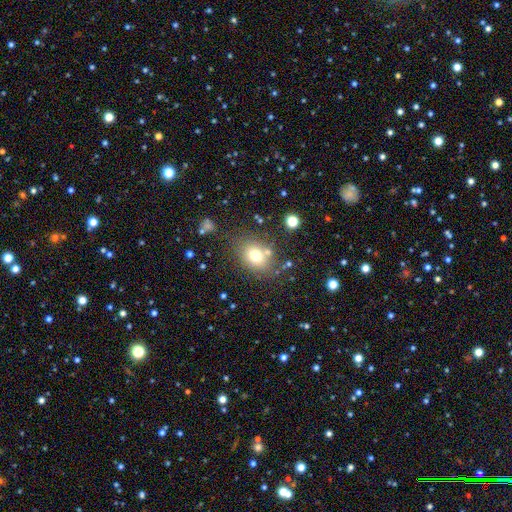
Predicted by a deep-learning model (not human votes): The model was most divided on "how rounded": in between: 52%, round: 47%, cigar-shaped: 1%. More confident: smooth or featured — smooth (72%); merging — none (71%).